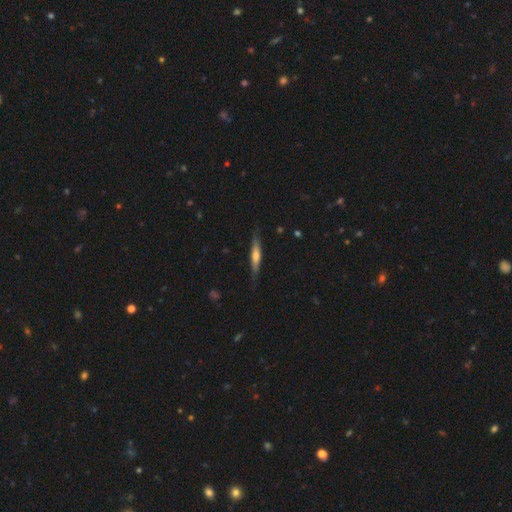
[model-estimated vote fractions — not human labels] This appears to be a smooth galaxy with no disk features (49%). Merging: none (83%).